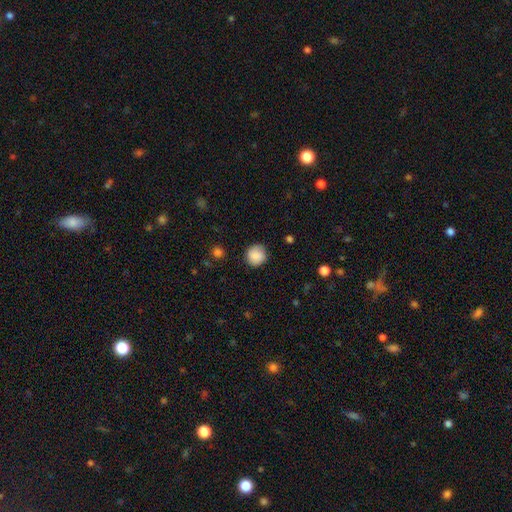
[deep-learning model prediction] This is clearly a smooth galaxy (85%). How rounded: clearly round (90%). Merging: clearly none (83%).